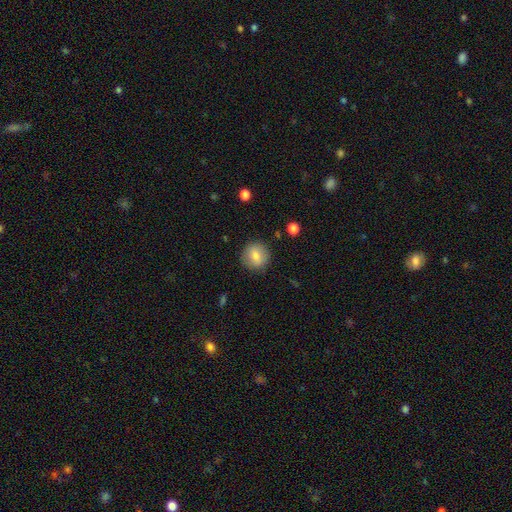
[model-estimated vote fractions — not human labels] Overall: smooth (79%). How rounded: round (88%). Merging: none (88%).